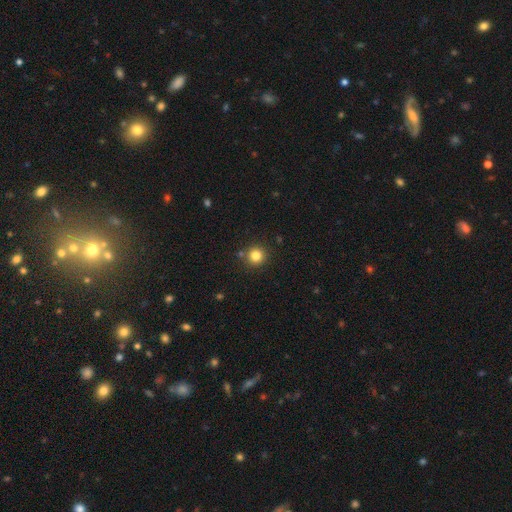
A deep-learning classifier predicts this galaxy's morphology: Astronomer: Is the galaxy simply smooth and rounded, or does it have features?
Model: smooth — 82%.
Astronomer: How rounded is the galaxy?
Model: round — 94%.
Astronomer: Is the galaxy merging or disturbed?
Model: none — 86%.